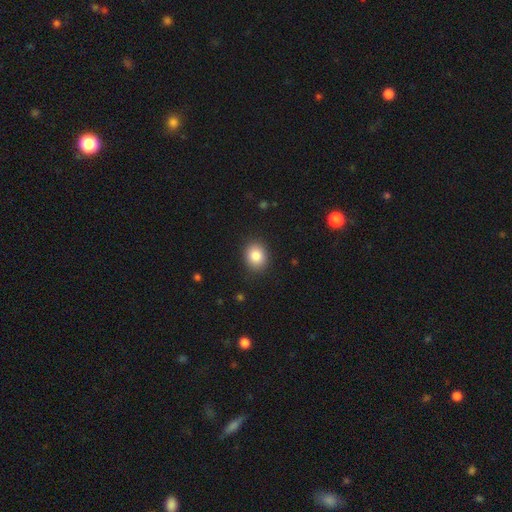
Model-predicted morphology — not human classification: The model was most divided on "how rounded": round: 59%, in between: 40%, cigar-shaped: 1%. More confident: merging — none (88%); smooth or featured — smooth (85%).